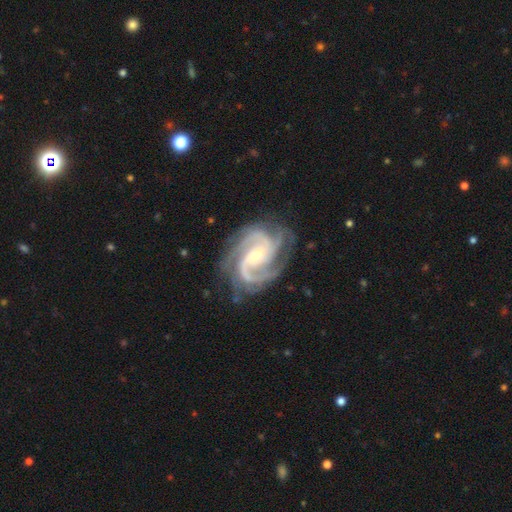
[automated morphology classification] This appears to be a featured or disk galaxy (94%) with no bar (47%), 3 (44%) medium (50%) spiral arms (99%) and a small central bulge (64%). Merging: none (75%).